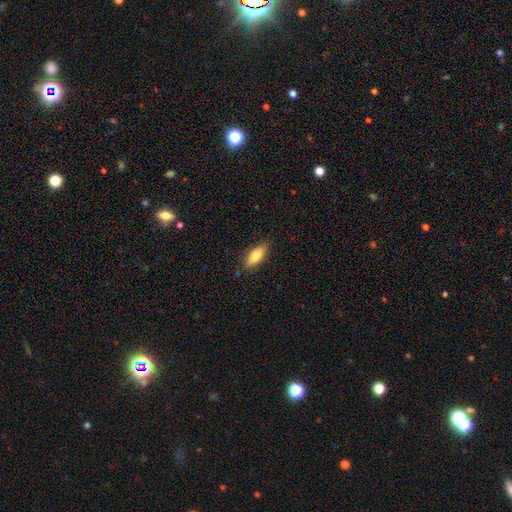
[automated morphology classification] smooth-or-featured: smooth: 76% | featured or disk: 18% | star or artifact: 7%
  how-rounded: in between: 76% | cigar-shaped: 21% | round: 2%
  merging: none: 85% | minor disturbance: 12% | major disturbance: 2% | merger: 1%